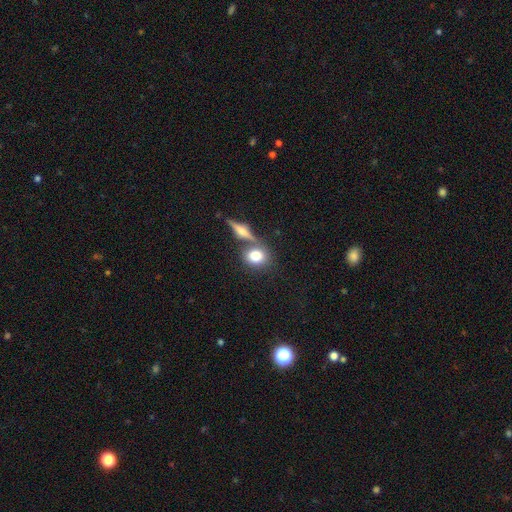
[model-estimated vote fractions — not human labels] This is likely a smooth galaxy (75%). How rounded: likely round (66%). Merging: possibly none (59%).